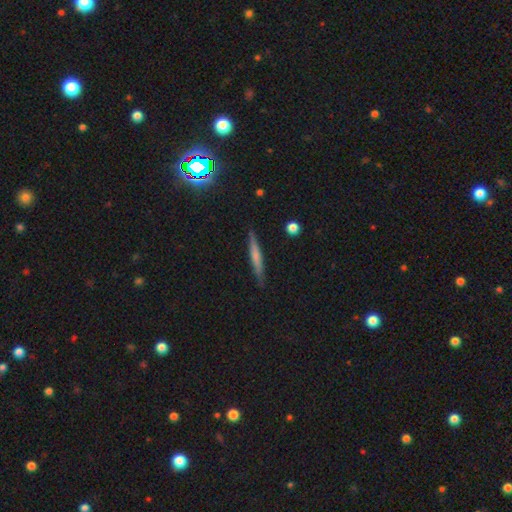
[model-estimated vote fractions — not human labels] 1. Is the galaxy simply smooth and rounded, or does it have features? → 52% smooth, 40% featured or disk, 8% star or artifact.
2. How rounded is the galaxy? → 94% cigar-shaped, 4% in between, 2% round.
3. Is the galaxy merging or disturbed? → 88% none, 9% minor disturbance, 2% major disturbance, 1% merger.